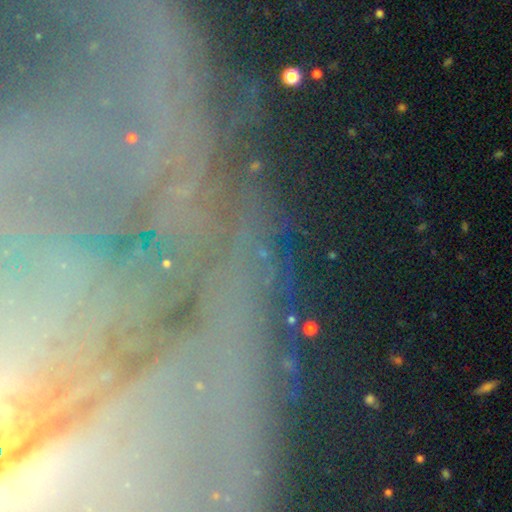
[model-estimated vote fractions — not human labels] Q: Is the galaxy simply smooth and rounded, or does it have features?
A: star or artifact — 54%.